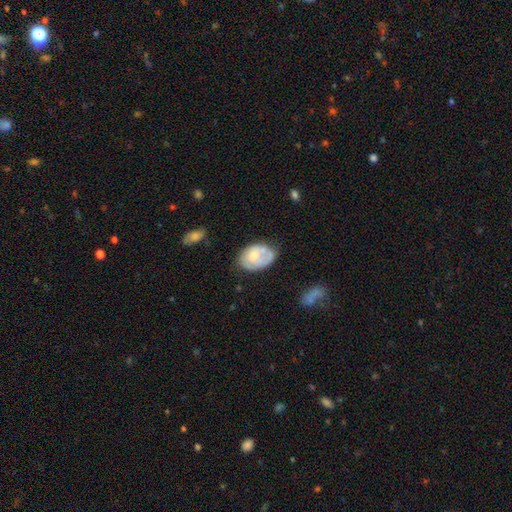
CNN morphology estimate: A smooth galaxy with no disk features (54%) that is in between round and cigar-shaped (79%).

Vote fractions:
- Smooth or featured? smooth: 54% / featured or disk: 39% / star or artifact: 7%
- How rounded? in between: 79% / round: 20% / cigar-shaped: 1%
- Merging? none: 46% / minor disturbance: 31% / major disturbance: 13% / merger: 9%